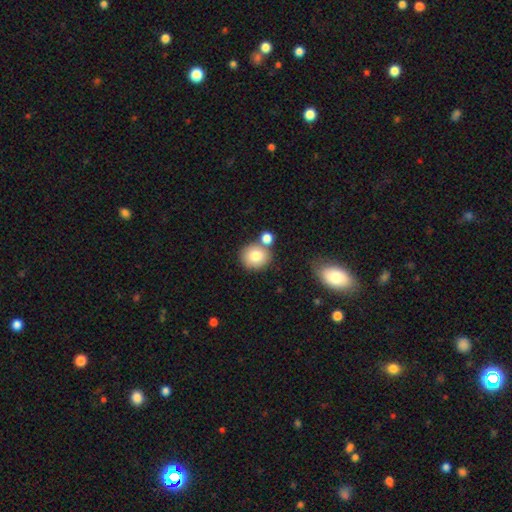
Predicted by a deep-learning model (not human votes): This appears to be a smooth galaxy with no disk features (81%) that is round (82%). Merging: none (63%).